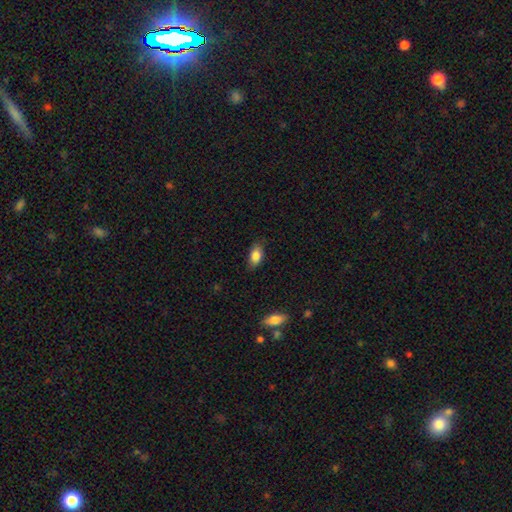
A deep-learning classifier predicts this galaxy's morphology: Q: Smooth or featured?
A: smooth (85%); runner-up: featured or disk (8%)
Q: How rounded?
A: in between (89%); runner-up: round (7%)
Q: Merging?
A: none (79%); runner-up: minor disturbance (17%)